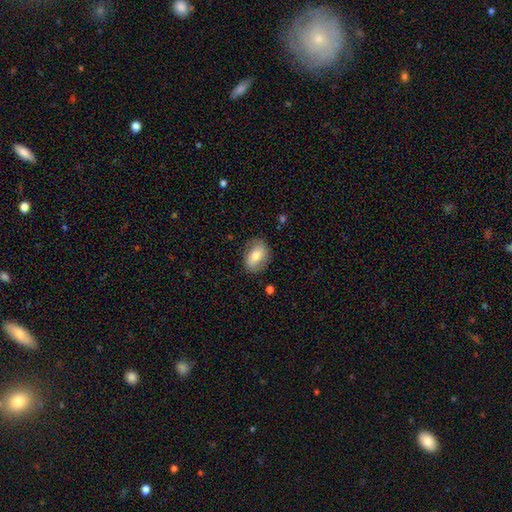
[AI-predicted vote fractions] Morphology: type=smooth (71%); roundness=in between (78%); merging=none (77%).